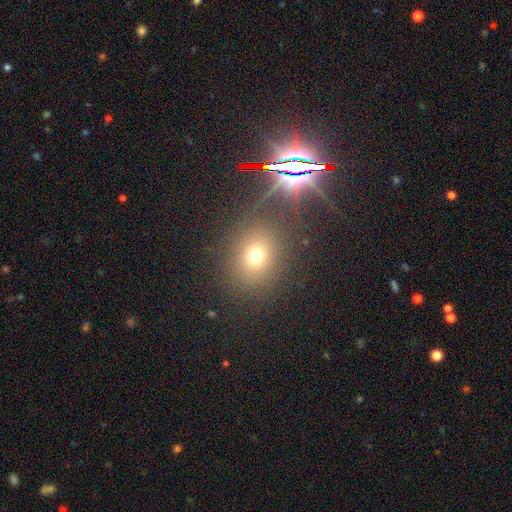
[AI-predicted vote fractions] smooth-or-featured: smooth: 66% | star or artifact: 23% | featured or disk: 11%
  how-rounded: round: 62% | in between: 37% | cigar-shaped: 1%
  merging: none: 82% | minor disturbance: 9% | major disturbance: 5% | merger: 4%